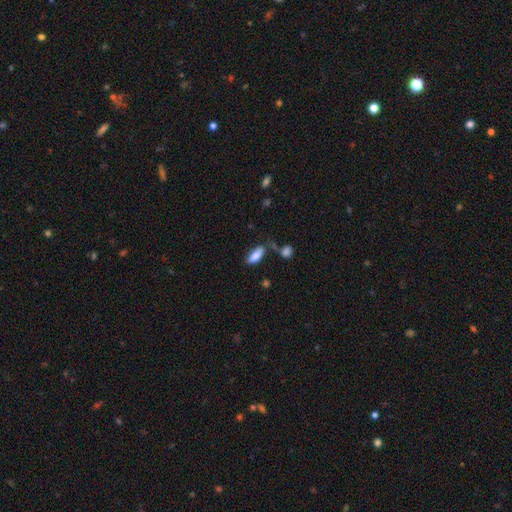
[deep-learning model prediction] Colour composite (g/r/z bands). It shows a smooth galaxy with no disk features (82%) that is in between round and cigar-shaped (80%). Merging: none (70%).